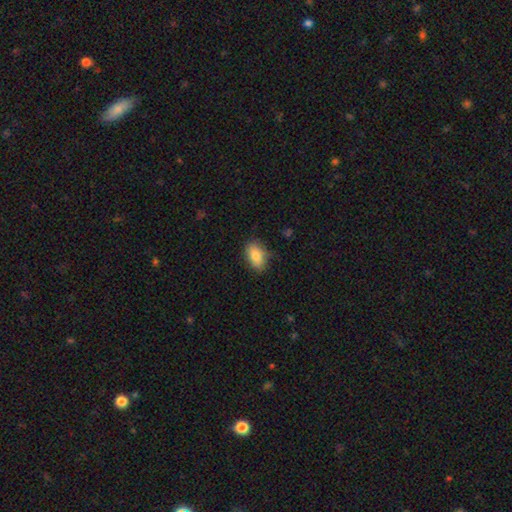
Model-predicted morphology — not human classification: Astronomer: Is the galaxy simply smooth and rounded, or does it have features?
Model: smooth — 83%.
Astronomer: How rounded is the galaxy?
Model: in between — 89%.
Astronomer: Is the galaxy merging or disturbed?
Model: none — 79%.